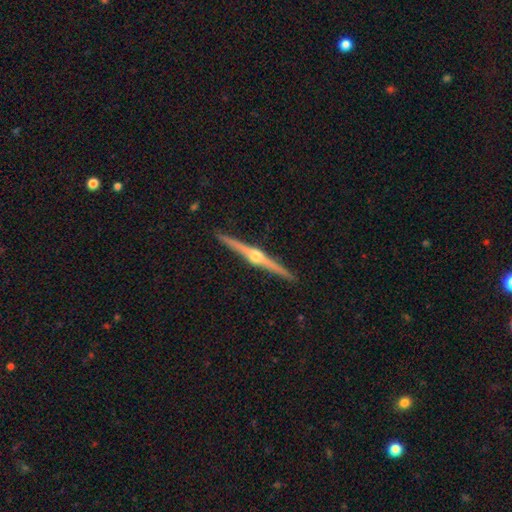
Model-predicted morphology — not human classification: Smooth or featured: featured or disk — 87% (smooth — 8%)
Edge-on disk: yes — 99% (no — 1%)
Edge-on bulge: rounded — 95% (boxy — 2%)
Merging: none — 93% (minor disturbance — 5%)